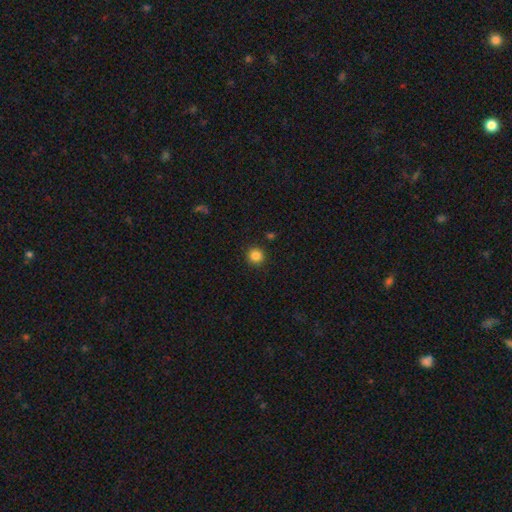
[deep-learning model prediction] Q: Smooth or featured?
A: smooth (85%); runner-up: star or artifact (11%)
Q: How rounded?
A: round (94%); runner-up: in between (5%)
Q: Merging?
A: none (91%); runner-up: minor disturbance (5%)